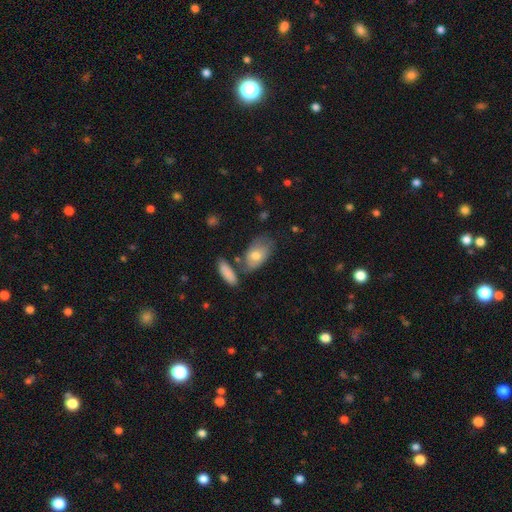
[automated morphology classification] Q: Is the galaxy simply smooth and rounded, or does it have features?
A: smooth — 69%.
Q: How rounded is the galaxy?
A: in between — 90%.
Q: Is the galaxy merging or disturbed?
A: none — 52%.